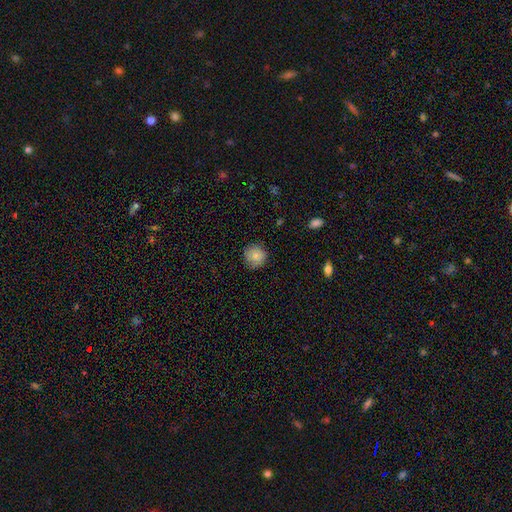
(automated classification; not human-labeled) smooth_or_featured: smooth (p=0.81) [alt: featured or disk p=0.11]
how_rounded: round (p=0.91) [alt: in between p=0.08]
merging: none (p=0.77) [alt: minor disturbance p=0.18]